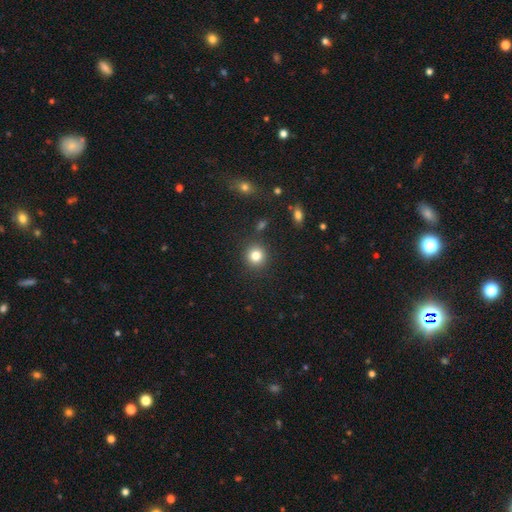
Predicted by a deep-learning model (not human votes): Smooth or featured: smooth — 82% (star or artifact — 11%)
How rounded: round — 92% (in between — 7%)
Merging: none — 88% (minor disturbance — 6%)